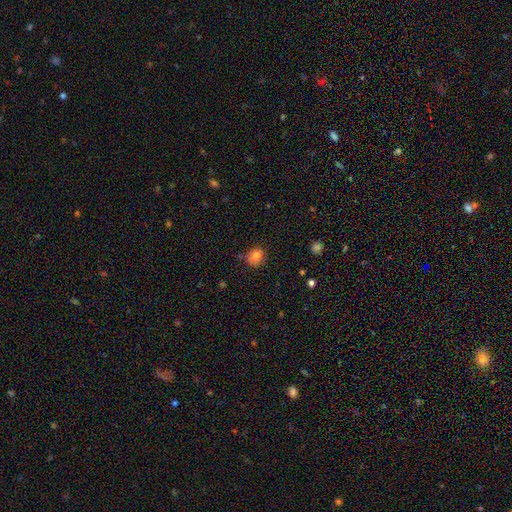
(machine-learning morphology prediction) Smooth or featured? Predicted: smooth (p=0.79). How rounded? Predicted: round (p=0.76). Merging? Predicted: none (p=0.72).